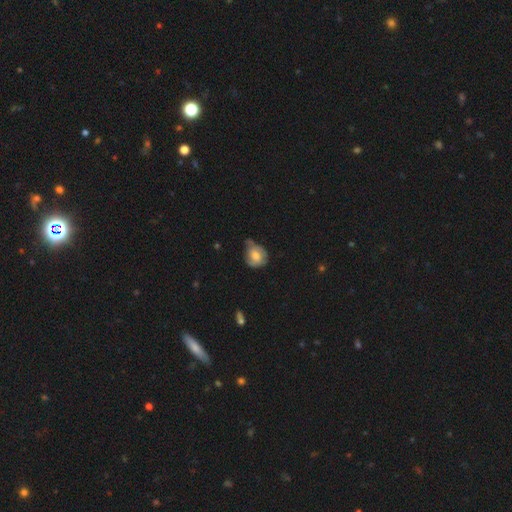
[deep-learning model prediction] Smooth or featured?
  - smooth: 60% *
  - featured or disk: 32%
  - star or artifact: 8%
How rounded?
  - round: 64% *
  - in between: 35%
  - cigar-shaped: 1%
Merging?
  - none: 41% *
  - minor disturbance: 38%
  - major disturbance: 14%
  - merger: 6%